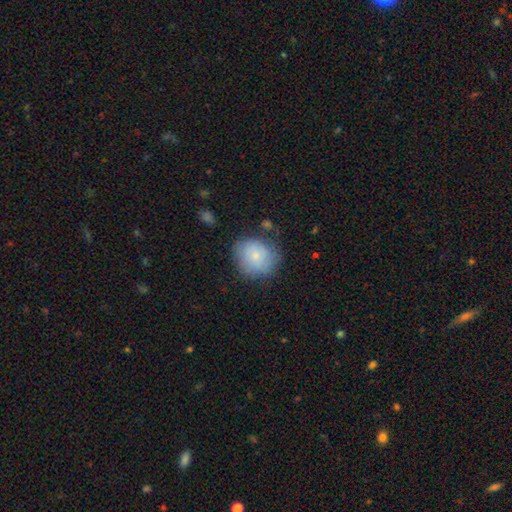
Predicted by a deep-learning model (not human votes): Morphology: type=smooth (74%); roundness=round (75%); merging=none (70%).